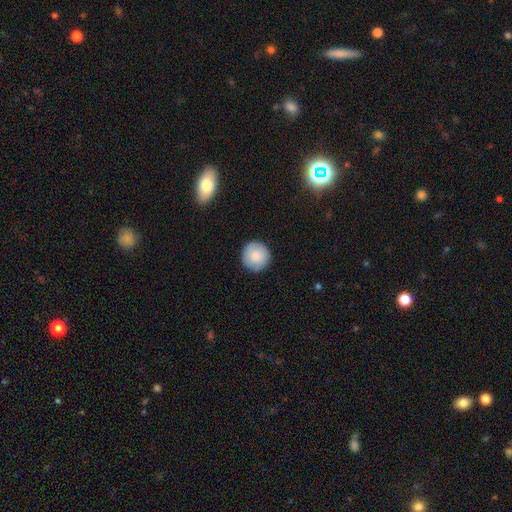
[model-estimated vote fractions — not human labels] A smooth galaxy with no disk features (83%) that is round (94%). Merging: none (89%).